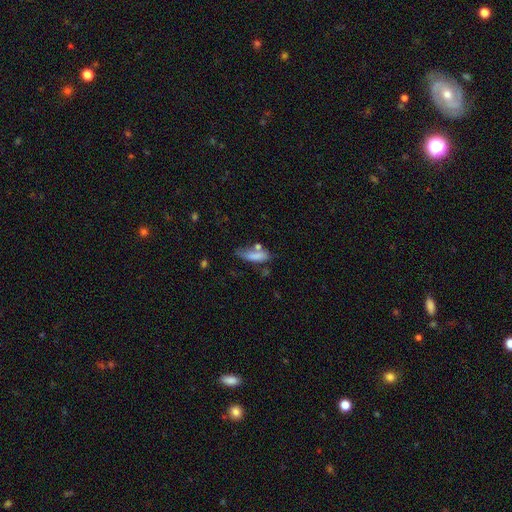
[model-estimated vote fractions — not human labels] smooth-or-featured: smooth: 77% | featured or disk: 14% | star or artifact: 8%
  how-rounded: cigar-shaped: 49% | in between: 48% | round: 2%
  merging: none: 45% | minor disturbance: 27% | merger: 16% | major disturbance: 12%